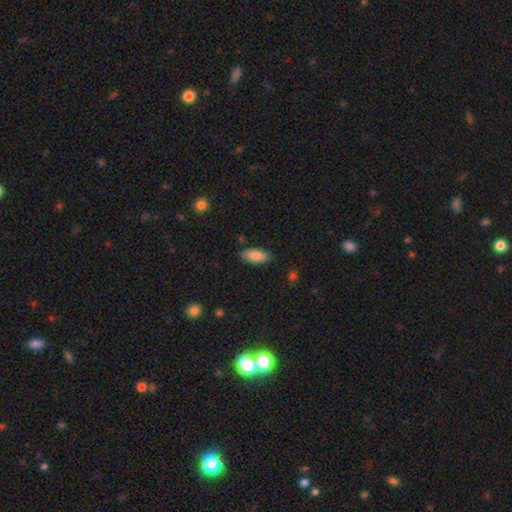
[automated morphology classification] Overall: smooth (85%). How rounded: in between (84%). Merging: none (84%).